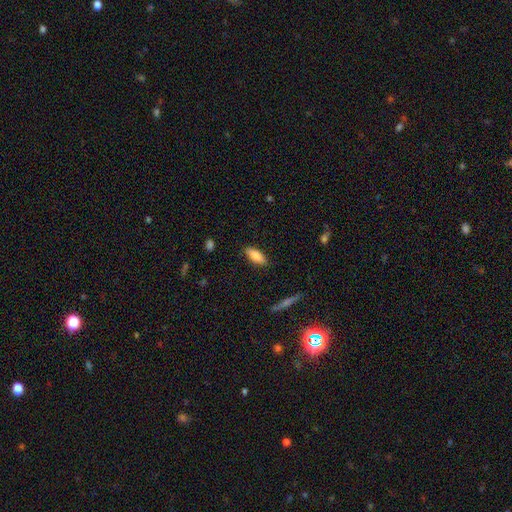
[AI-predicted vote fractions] A smooth galaxy with no disk features (84%) that is in between round and cigar-shaped (74%).

Vote fractions:
- Smooth or featured? smooth: 84% / featured or disk: 10% / star or artifact: 7%
- How rounded? in between: 74% / cigar-shaped: 24% / round: 2%
- Merging? none: 86% / minor disturbance: 11% / major disturbance: 2% / merger: 1%